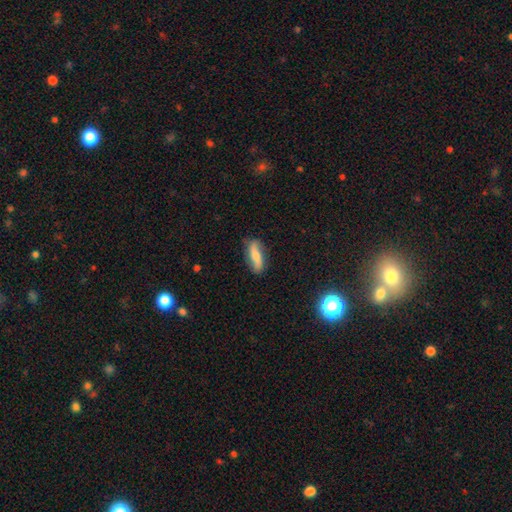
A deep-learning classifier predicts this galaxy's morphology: smooth_or_featured: featured or disk (p=0.48) [alt: smooth p=0.45]
merging: none (p=0.78) [alt: minor disturbance p=0.17]